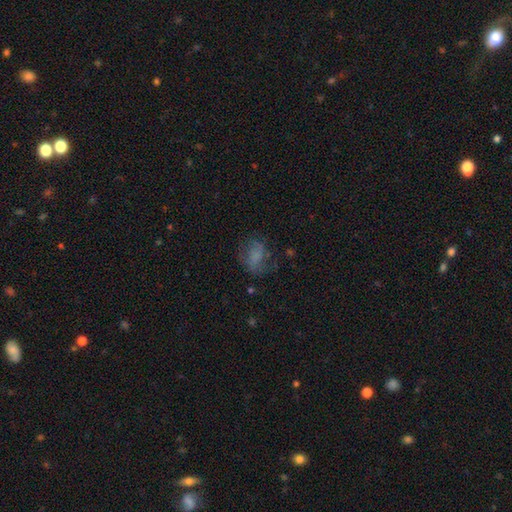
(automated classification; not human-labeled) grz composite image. It shows a smooth galaxy with no disk features (55%) that is in between round and cigar-shaped (72%). Merging: none (52%).